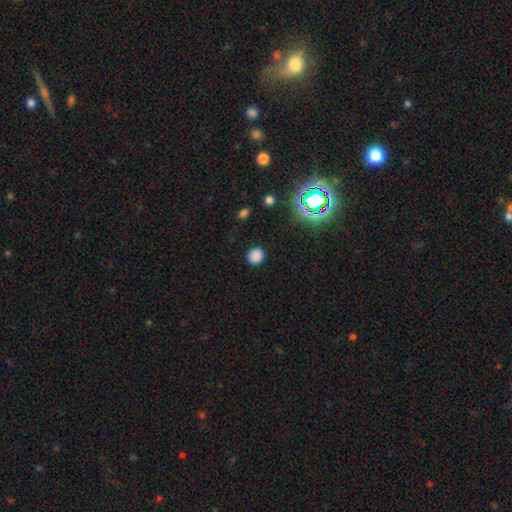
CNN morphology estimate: Smooth or featured?
  - smooth: 82% *
  - star or artifact: 14%
  - featured or disk: 3%
How rounded?
  - round: 86% *
  - in between: 13%
  - cigar-shaped: 1%
Merging?
  - none: 90% *
  - minor disturbance: 7%
  - major disturbance: 3%
  - merger: 1%